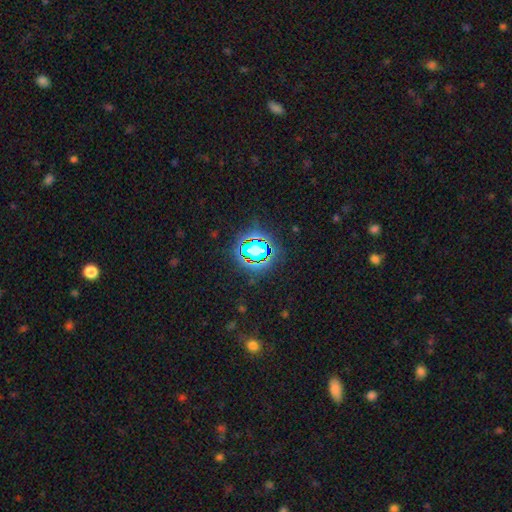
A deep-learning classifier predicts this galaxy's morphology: The model was most divided on "smooth or featured": star or artifact: 76%, smooth: 16%, featured or disk: 8%.